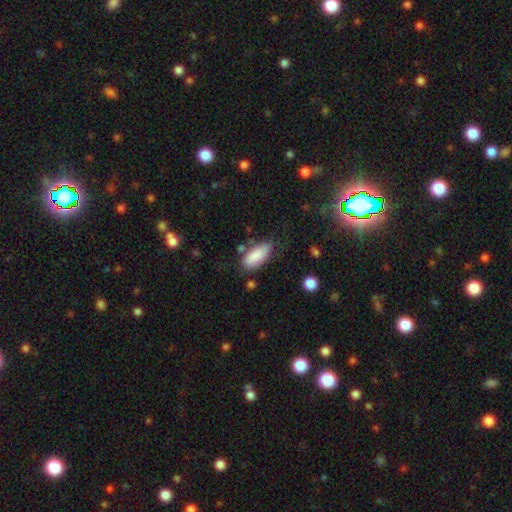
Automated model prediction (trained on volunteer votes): smooth_or_featured: smooth (p=0.85) [alt: featured or disk p=0.08]
how_rounded: in between (p=0.85) [alt: cigar-shaped p=0.13]
merging: none (p=0.59) [alt: minor disturbance p=0.27]